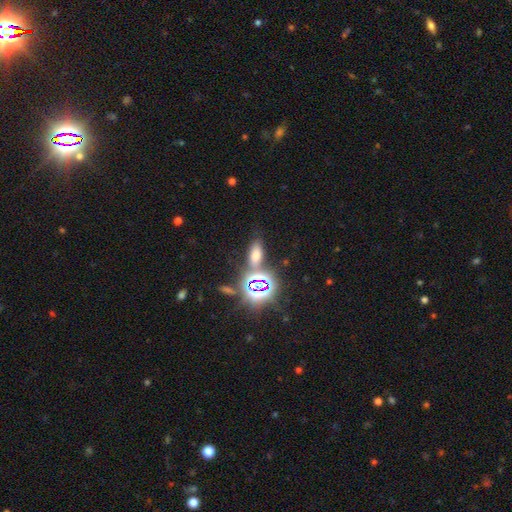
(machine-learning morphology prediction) The model was most divided on "smooth or featured": smooth: 55%, star or artifact: 35%, featured or disk: 10%. More confident: how rounded — in between (78%); merging — none (70%).